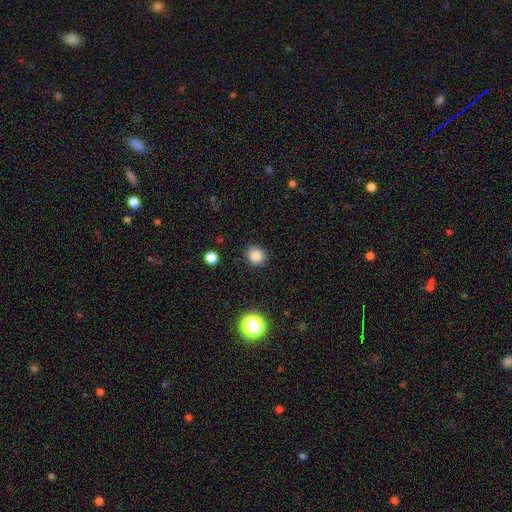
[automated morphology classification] This appears to be a smooth galaxy with no disk features (84%) that is round (88%). Merging: none (88%).